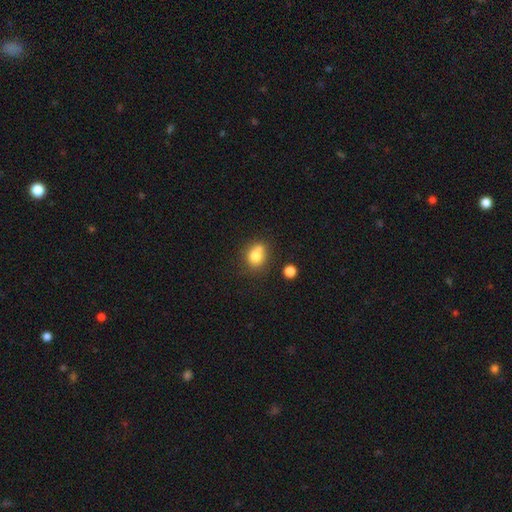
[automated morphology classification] A smooth galaxy with no disk features (77%) that is round (66%). Merging: none (49%).